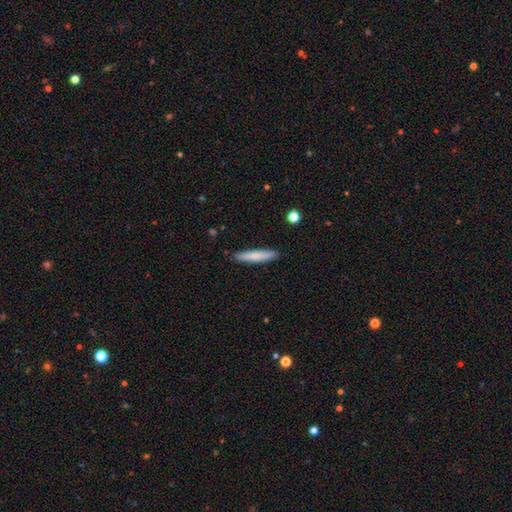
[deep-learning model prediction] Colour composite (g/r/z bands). It shows a smooth galaxy with no disk features (78%) that is cigar-shaped (91%). Merging: none (89%).